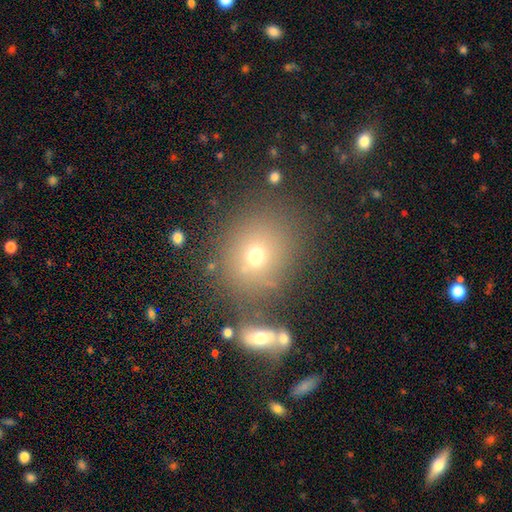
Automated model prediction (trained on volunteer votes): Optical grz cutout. It shows a smooth galaxy with no disk features (67%) that is round (77%). Merging: none (69%).